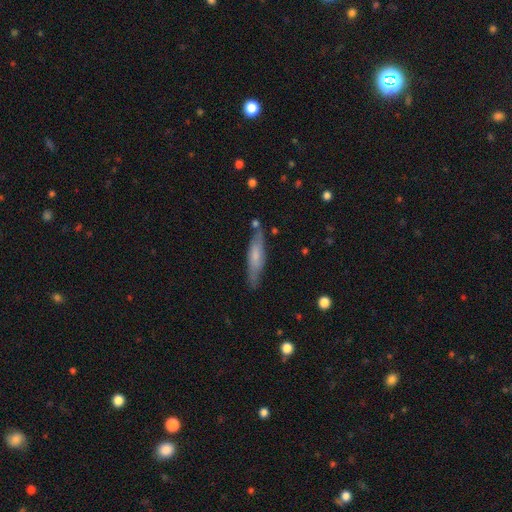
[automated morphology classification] type=smooth (57%); roundness=cigar-shaped (79%); merging=none (77%).